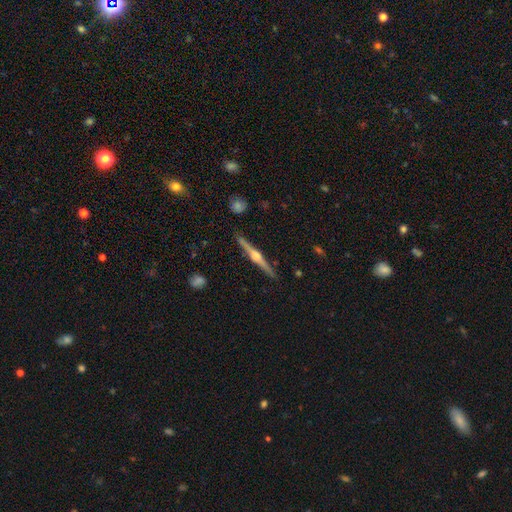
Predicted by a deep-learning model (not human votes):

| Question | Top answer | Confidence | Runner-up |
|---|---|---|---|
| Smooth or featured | featured or disk | 83% | smooth (12%) |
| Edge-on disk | yes | 99% | no (1%) |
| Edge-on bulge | rounded | 92% | boxy (5%) |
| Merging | none | 92% | minor disturbance (6%) |